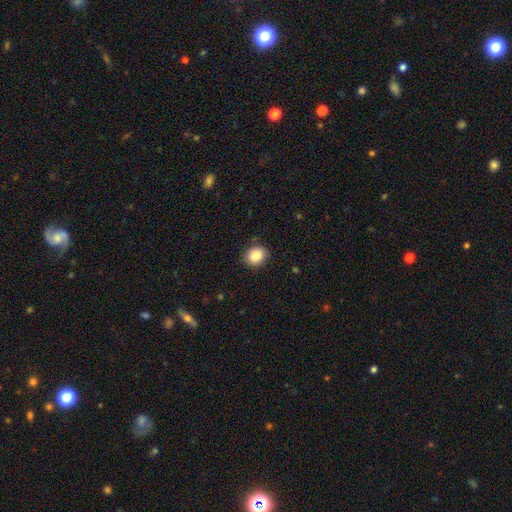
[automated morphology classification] The model was most divided on "how rounded": round: 60%, in between: 39%, cigar-shaped: 1%. More confident: smooth or featured — smooth (87%); merging — none (86%).